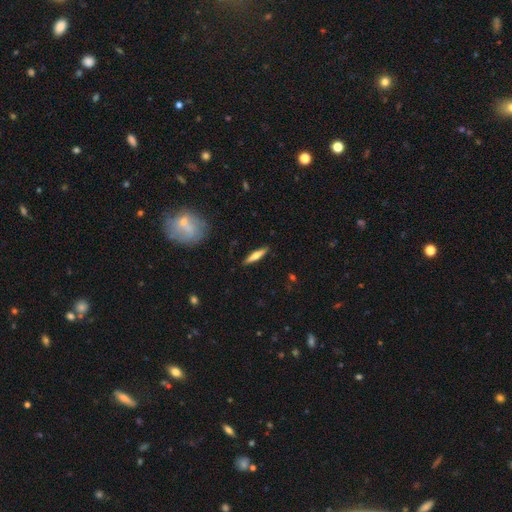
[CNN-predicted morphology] Smooth or featured? smooth (52%)
How rounded? cigar-shaped (83%)
Merging? none (89%)